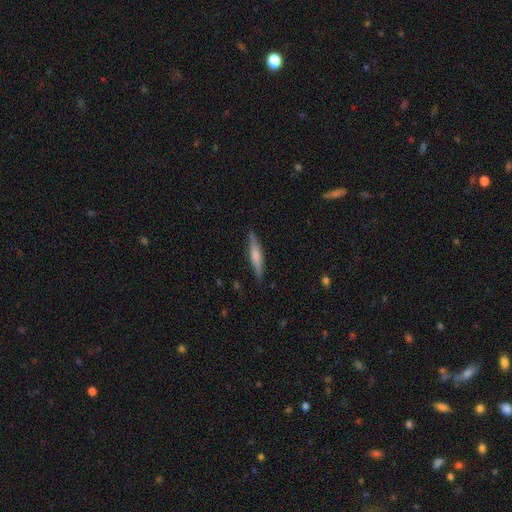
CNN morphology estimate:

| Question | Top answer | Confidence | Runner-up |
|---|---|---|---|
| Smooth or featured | smooth | 55% | featured or disk (39%) |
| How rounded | cigar-shaped | 87% | in between (11%) |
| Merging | none | 86% | minor disturbance (11%) |